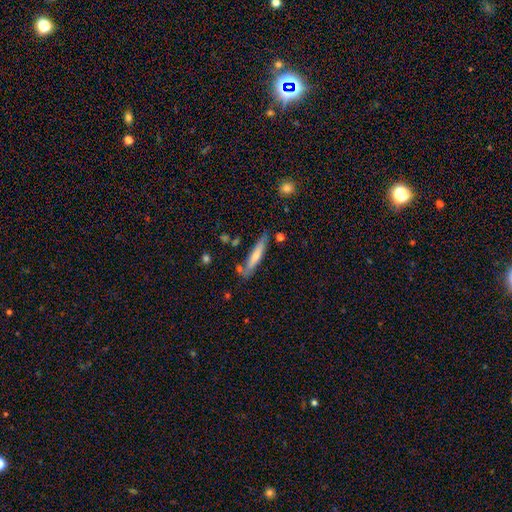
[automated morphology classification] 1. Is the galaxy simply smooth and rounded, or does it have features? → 65% smooth, 29% featured or disk, 6% star or artifact.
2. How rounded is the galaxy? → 85% cigar-shaped, 14% in between, 1% round.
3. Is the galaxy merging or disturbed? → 70% none, 18% minor disturbance, 7% merger, 5% major disturbance.